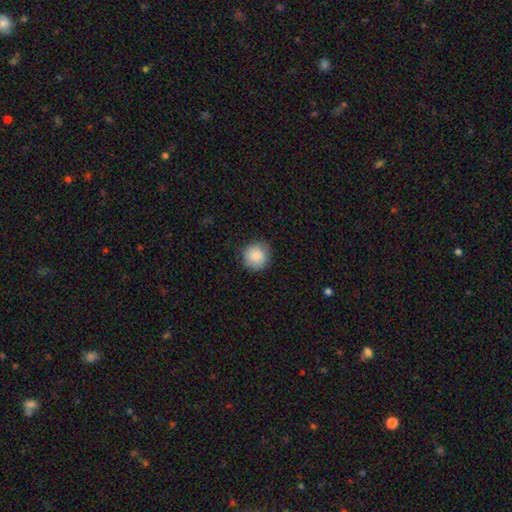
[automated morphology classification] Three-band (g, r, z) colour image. It shows a smooth galaxy with no disk features (88%) that is round (93%). Merging: none (87%).